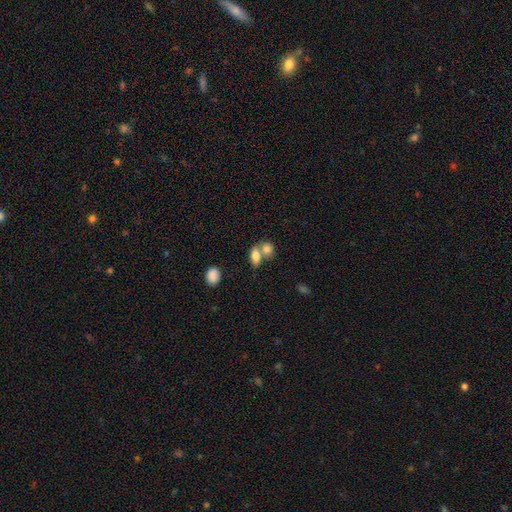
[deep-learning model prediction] A smooth galaxy with no disk features (79%) that is in between round and cigar-shaped (77%).

Vote fractions:
- Smooth or featured? smooth: 79% / featured or disk: 13% / star or artifact: 8%
- How rounded? in between: 77% / round: 17% / cigar-shaped: 6%
- Merging? merger: 54% / none: 34% / minor disturbance: 8% / major disturbance: 4%